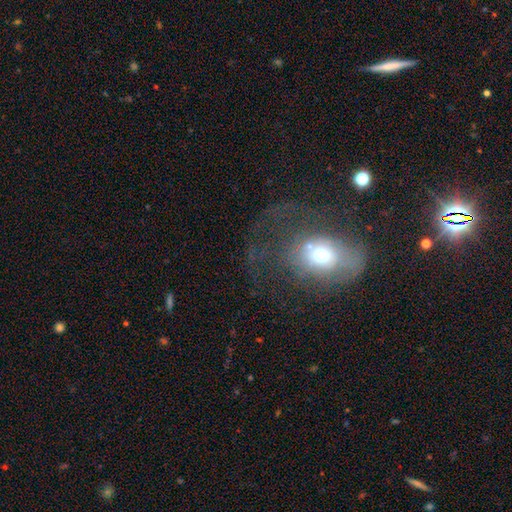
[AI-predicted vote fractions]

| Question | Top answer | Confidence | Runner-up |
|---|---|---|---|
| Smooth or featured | smooth | 43% | featured or disk (38%) |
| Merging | major disturbance | 41% | none (36%) |